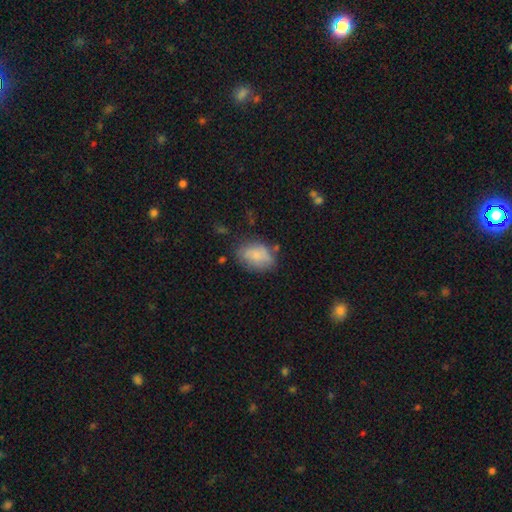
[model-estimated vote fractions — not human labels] Smooth or featured: smooth — 77% (featured or disk — 16%)
How rounded: in between — 84% (round — 15%)
Merging: none — 63% (minor disturbance — 25%)